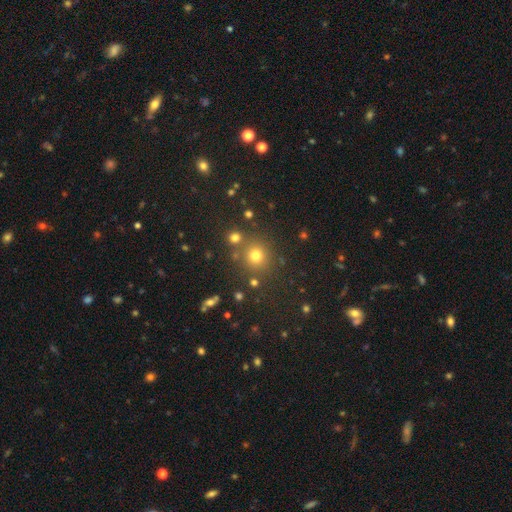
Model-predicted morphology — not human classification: This appears to be a smooth galaxy with no disk features (73%) that is round (90%). Merging: none (79%).